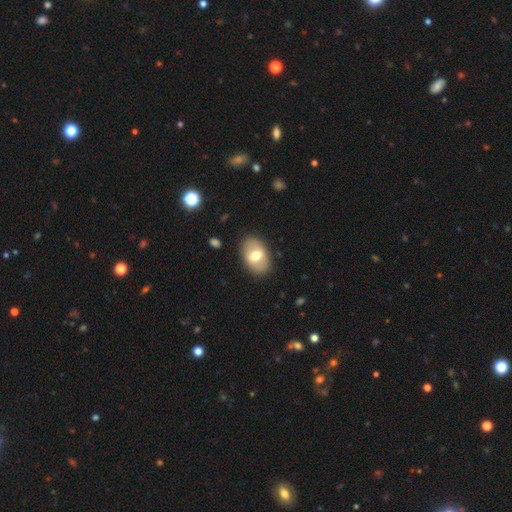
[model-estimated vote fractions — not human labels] This is possibly a smooth galaxy (60%). How rounded: clearly in between (87%). Merging: clearly none (86%).